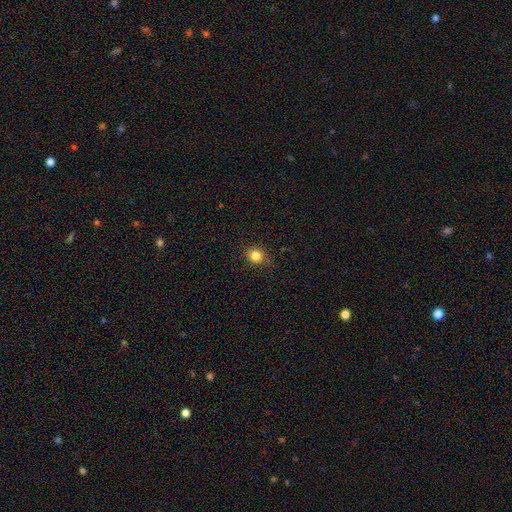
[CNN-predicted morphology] Smooth or featured? smooth (82%)
How rounded? round (82%)
Merging? none (84%)